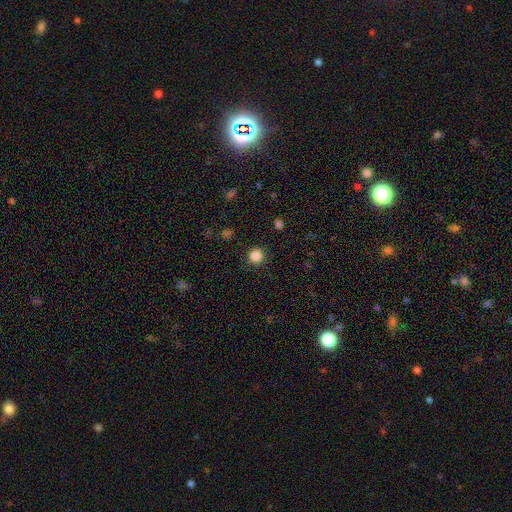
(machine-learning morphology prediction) Smooth or featured?
  - smooth: 85% *
  - star or artifact: 12%
  - featured or disk: 3%
How rounded?
  - round: 96% *
  - in between: 4%
  - cigar-shaped: 1%
Merging?
  - none: 91% *
  - minor disturbance: 5%
  - major disturbance: 2%
  - merger: 1%